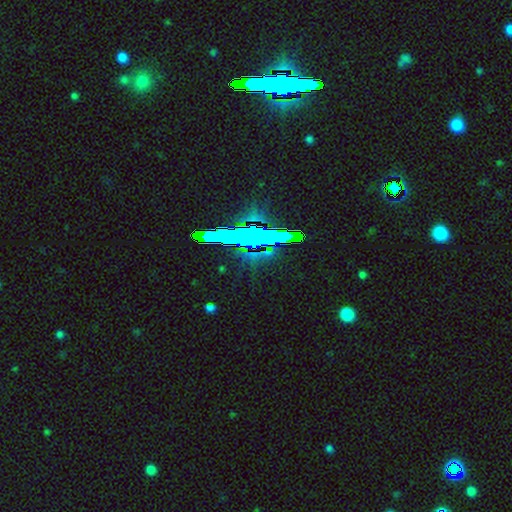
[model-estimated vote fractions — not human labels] This appears to be a star or artifact, not a galaxy (71%).